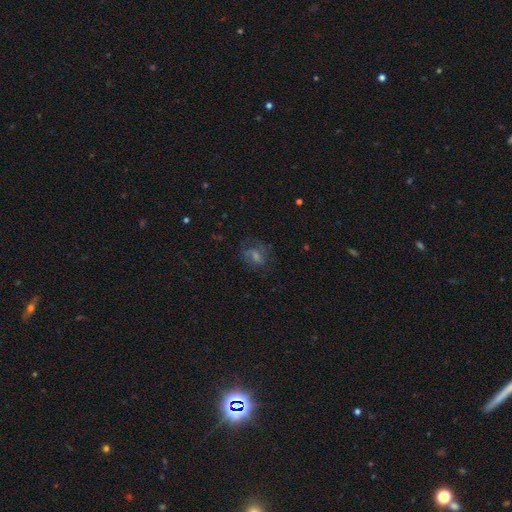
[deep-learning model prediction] Overall: featured or disk (44%; smooth 29%). Merging: none (65%).